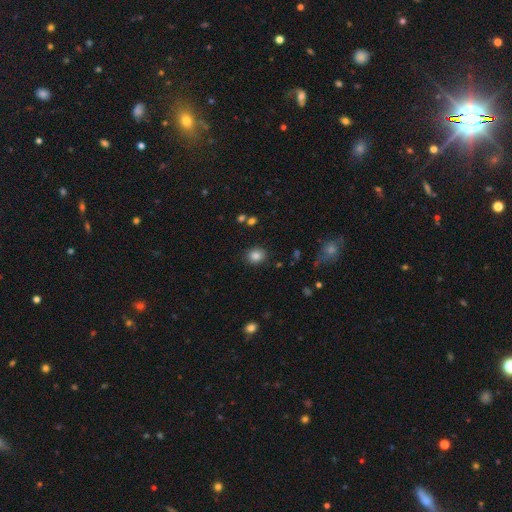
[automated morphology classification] This appears to be a smooth galaxy with no disk features (85%) that is round (67%). Merging: none (88%).